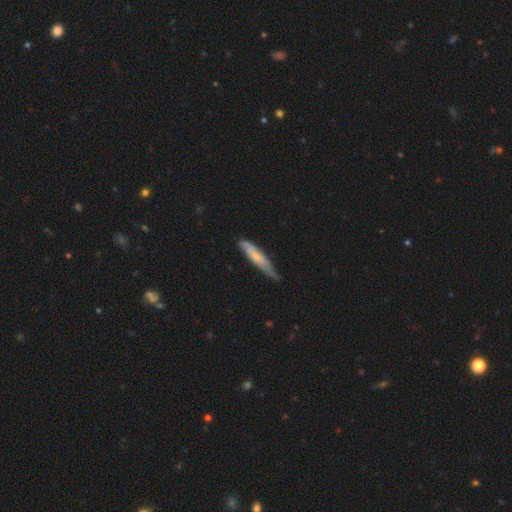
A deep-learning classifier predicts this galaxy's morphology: This is possibly a smooth galaxy (53%). How rounded: clearly cigar-shaped (86%). Merging: likely none (64%).